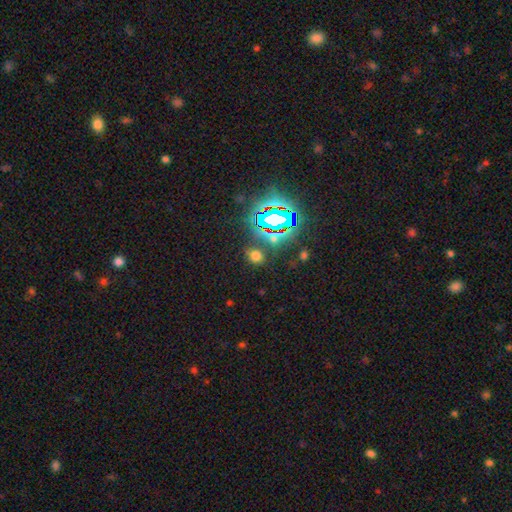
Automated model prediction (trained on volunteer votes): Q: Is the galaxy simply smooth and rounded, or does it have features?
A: smooth — 57%.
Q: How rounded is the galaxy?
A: round — 62%.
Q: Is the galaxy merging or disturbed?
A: none — 80%.